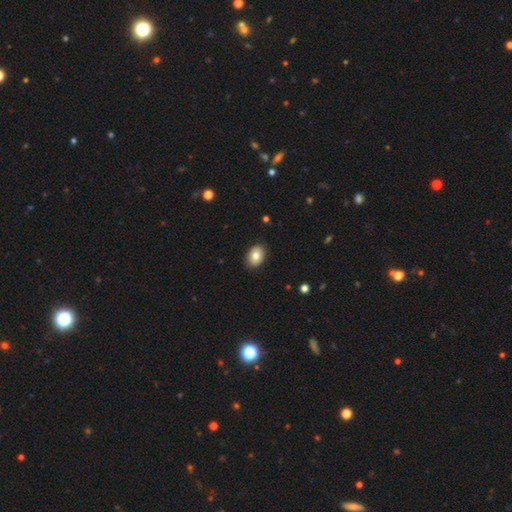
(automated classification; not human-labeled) Morphology: type=smooth (80%); roundness=in between (77%); merging=none (89%).